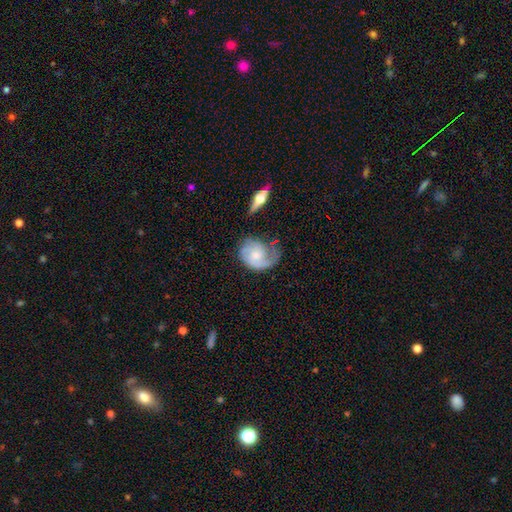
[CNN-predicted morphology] type=featured or disk (76%); edge-on=no (97%); bar=no (69%); spiral arms=yes (93%); winding=medium (43%); arm count=2 (50%); bulge=moderate (47%); merging=none (54%).